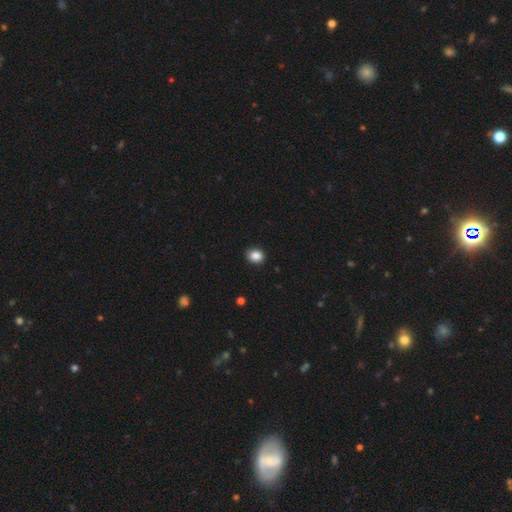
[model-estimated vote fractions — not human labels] The model was most divided on "how rounded": round: 55%, in between: 45%, cigar-shaped: 1%. More confident: merging — none (89%); smooth or featured — smooth (87%).